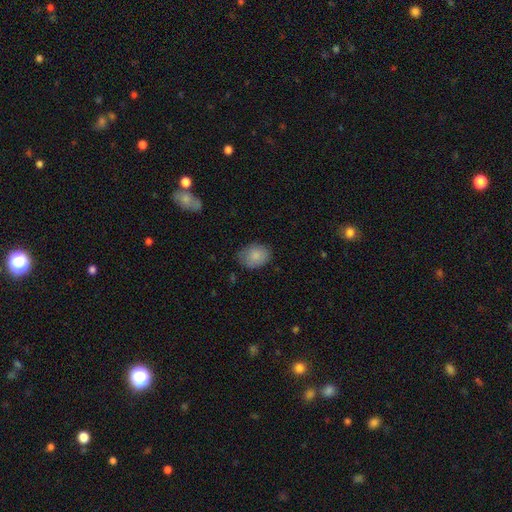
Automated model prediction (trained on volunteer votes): Smooth or featured?
  - smooth: 85% *
  - featured or disk: 8%
  - star or artifact: 7%
How rounded?
  - in between: 67% *
  - round: 32%
  - cigar-shaped: 1%
Merging?
  - none: 74% *
  - minor disturbance: 20%
  - major disturbance: 4%
  - merger: 1%